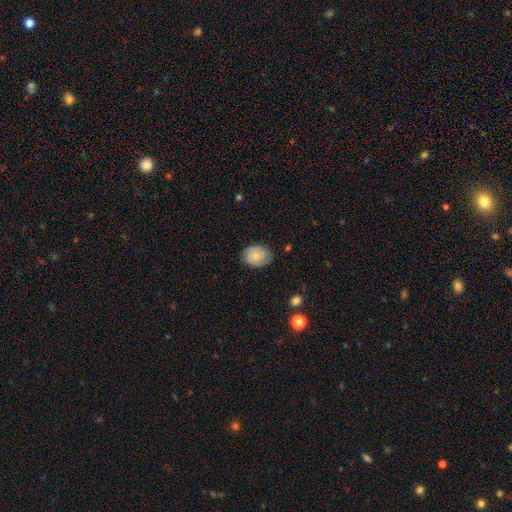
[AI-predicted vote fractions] Q: Smooth or featured?
A: featured or disk (48%); runner-up: smooth (45%)
Q: Merging?
A: none (76%); runner-up: minor disturbance (18%)